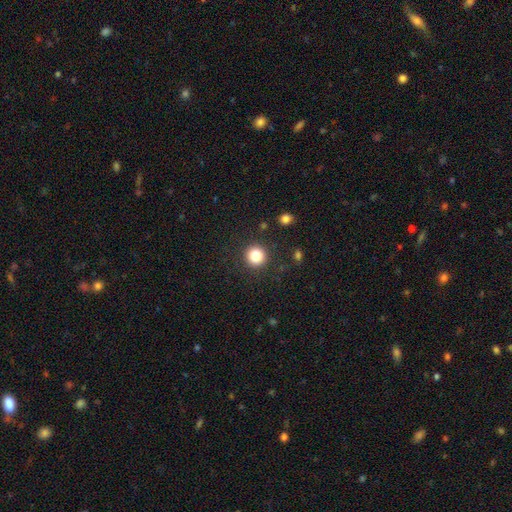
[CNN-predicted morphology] smooth-or-featured: smooth: 83% | star or artifact: 11% | featured or disk: 5%
  how-rounded: round: 94% | in between: 5% | cigar-shaped: 1%
  merging: none: 90% | minor disturbance: 6% | major disturbance: 3% | merger: 1%